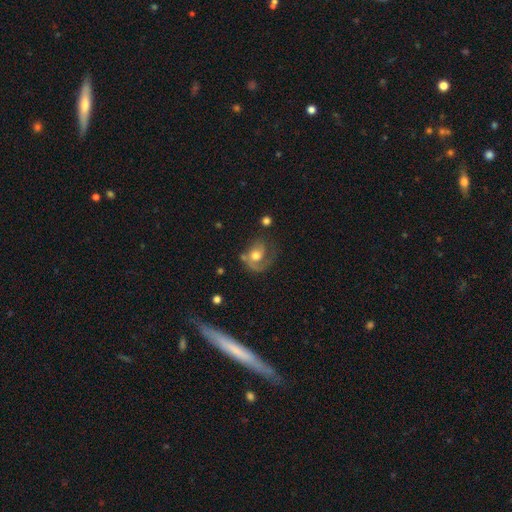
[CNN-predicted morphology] Overall: featured or disk (68%). Edge-on disk: no (97%). Bar: no (72%). Spiral arms: yes (87%). Spiral arm count: 1 (64%; 2 26%). Spiral winding: medium (41%; tight 33%). Bulge size: moderate (65%). Merging: none (45%; major disturbance 27%).